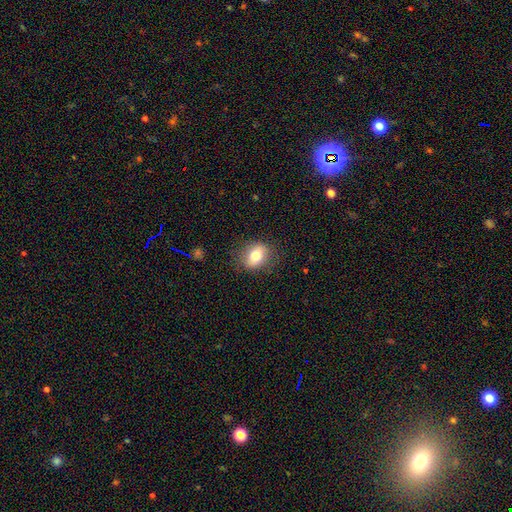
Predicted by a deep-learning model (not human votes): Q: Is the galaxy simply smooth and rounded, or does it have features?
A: smooth — 73%.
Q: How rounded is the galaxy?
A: in between — 64%.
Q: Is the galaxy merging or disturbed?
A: none — 82%.